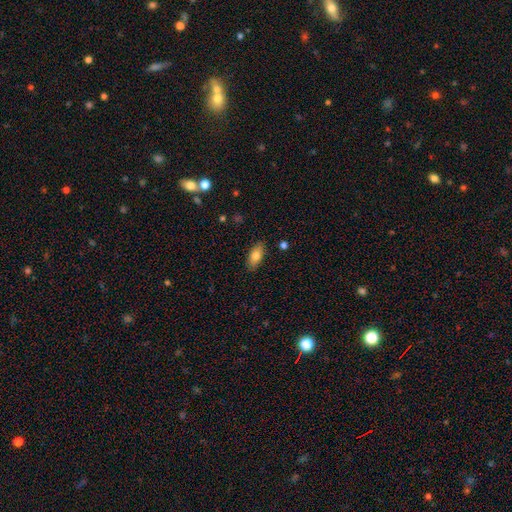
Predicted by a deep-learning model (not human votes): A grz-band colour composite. It shows a smooth galaxy with no disk features (80%) that is in between round and cigar-shaped (89%). Merging: none (86%).